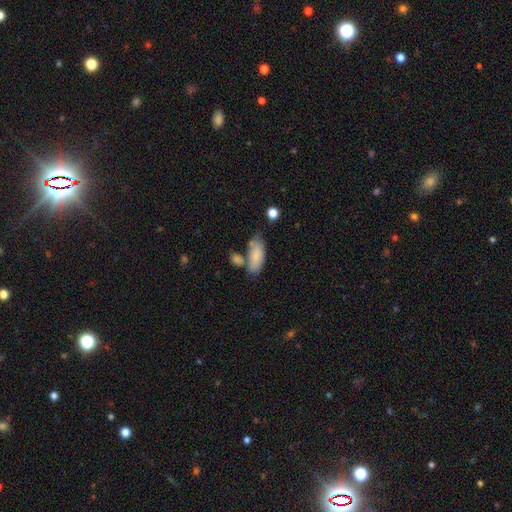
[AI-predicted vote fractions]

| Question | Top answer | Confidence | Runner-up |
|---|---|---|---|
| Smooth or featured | smooth | 83% | featured or disk (10%) |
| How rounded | in between | 84% | cigar-shaped (14%) |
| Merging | none | 52% | minor disturbance (21%) |